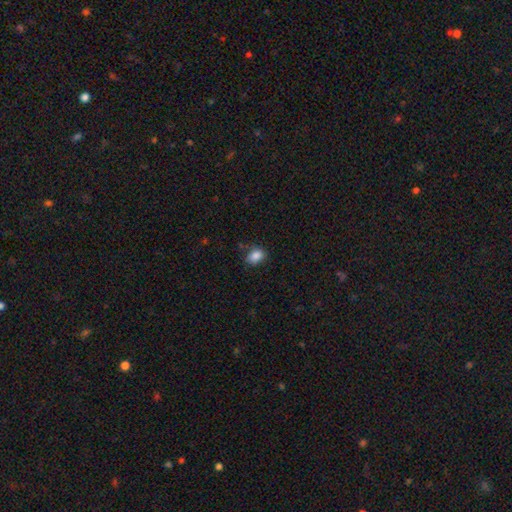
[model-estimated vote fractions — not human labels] smooth_or_featured: smooth (p=0.86) [alt: star or artifact p=0.09]
how_rounded: in between (p=0.69) [alt: round p=0.30]
merging: none (p=0.73) [alt: minor disturbance p=0.20]